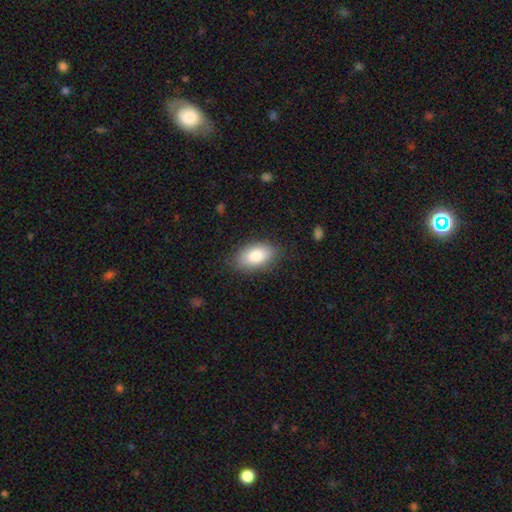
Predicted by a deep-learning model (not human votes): smooth_or_featured: smooth (p=0.83) [alt: featured or disk p=0.11]
how_rounded: in between (p=0.93) [alt: round p=0.05]
merging: none (p=0.81) [alt: minor disturbance p=0.14]